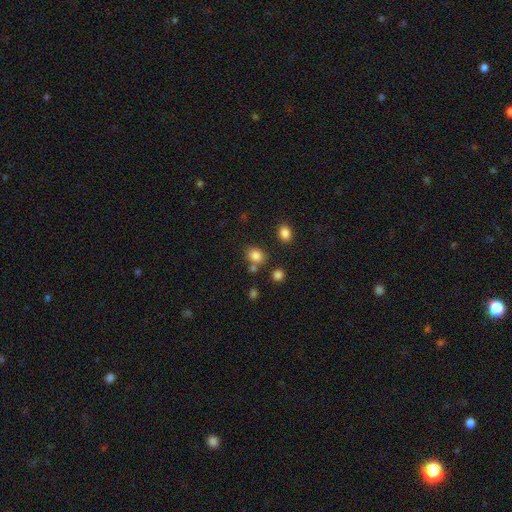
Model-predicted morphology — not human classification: Smooth or featured? Predicted: smooth (p=0.82). How rounded? Predicted: round (p=0.57). Merging? Predicted: none (p=0.70).